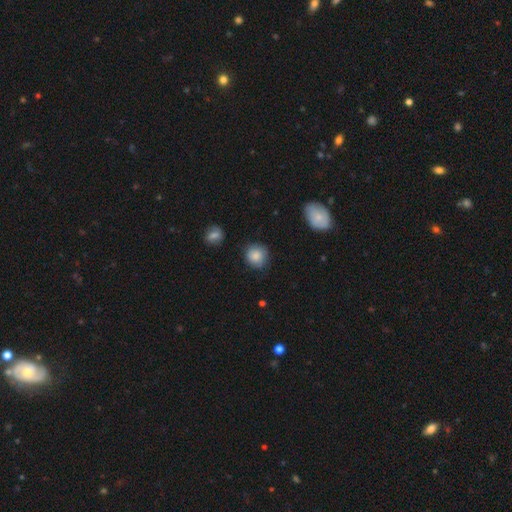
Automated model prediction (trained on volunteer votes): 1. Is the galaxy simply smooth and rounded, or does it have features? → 83% smooth, 9% featured or disk, 8% star or artifact.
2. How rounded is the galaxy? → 88% round, 11% in between, 1% cigar-shaped.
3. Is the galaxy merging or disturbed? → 79% none, 16% minor disturbance, 3% major disturbance, 2% merger.